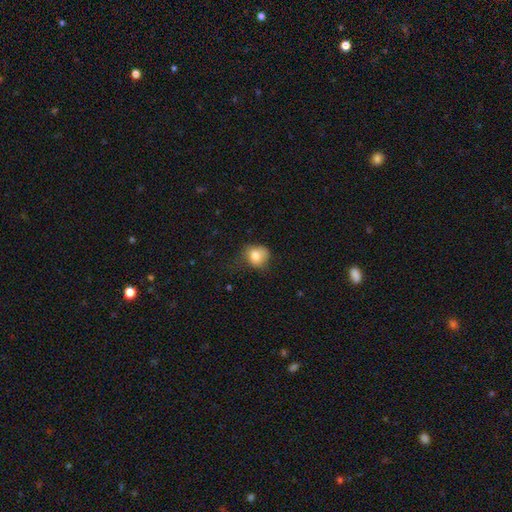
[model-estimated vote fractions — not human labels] Smooth or featured?
  - smooth: 80% *
  - featured or disk: 11%
  - star or artifact: 9%
How rounded?
  - round: 68% *
  - in between: 31%
  - cigar-shaped: 1%
Merging?
  - none: 48% *
  - minor disturbance: 33%
  - major disturbance: 17%
  - merger: 2%